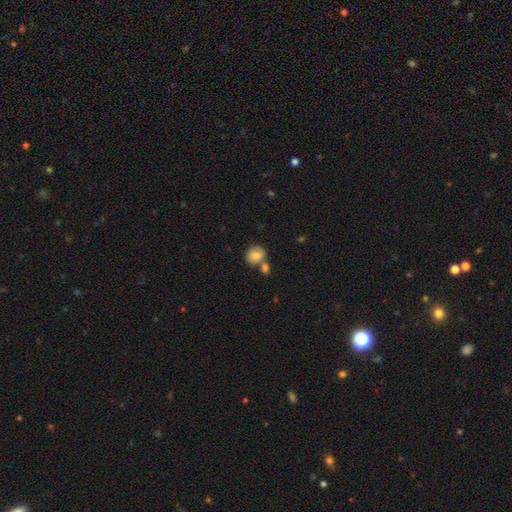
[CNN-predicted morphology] This is likely a smooth galaxy (78%). How rounded: likely round (72%). Merging: possibly none (51%).